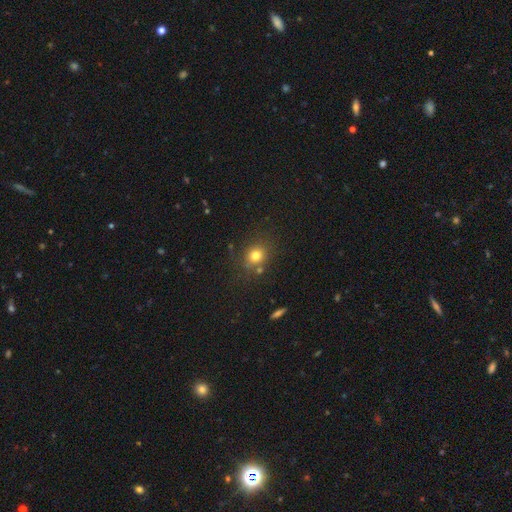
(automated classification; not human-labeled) smooth-or-featured: smooth: 77% | star or artifact: 15% | featured or disk: 8%
  how-rounded: round: 76% | in between: 23% | cigar-shaped: 1%
  merging: none: 75% | minor disturbance: 12% | merger: 8% | major disturbance: 5%